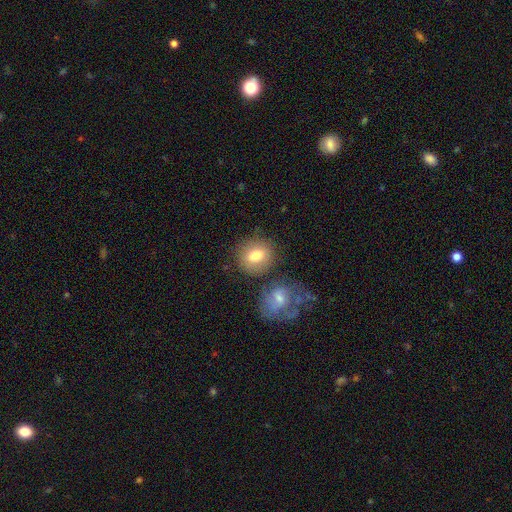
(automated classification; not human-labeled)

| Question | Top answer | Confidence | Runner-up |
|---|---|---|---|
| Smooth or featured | smooth | 78% | featured or disk (14%) |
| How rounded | round | 70% | in between (29%) |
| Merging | none | 70% | merger (13%) |